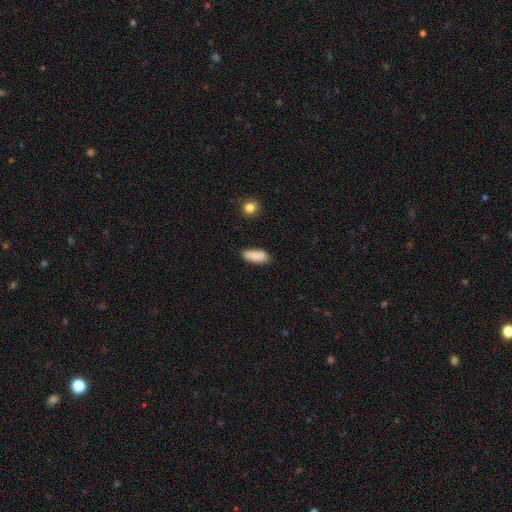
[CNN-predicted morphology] Q: Smooth or featured?
A: smooth (86%); runner-up: star or artifact (7%)
Q: How rounded?
A: in between (72%); runner-up: cigar-shaped (26%)
Q: Merging?
A: none (76%); runner-up: minor disturbance (18%)